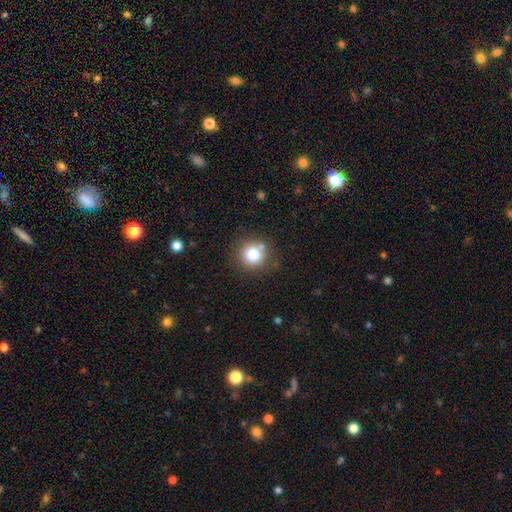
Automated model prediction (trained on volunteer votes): This is likely a smooth galaxy (77%). How rounded: clearly round (93%). Merging: clearly none (82%).